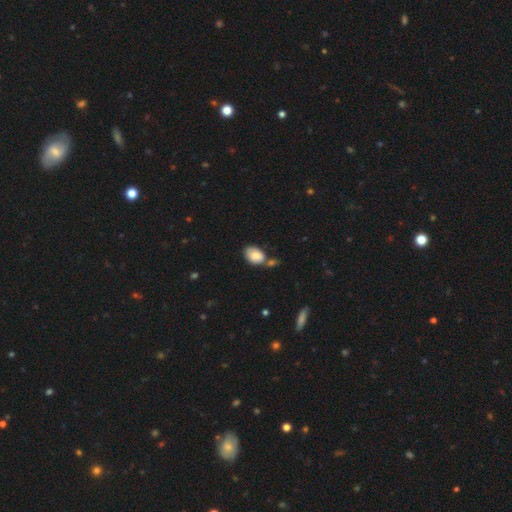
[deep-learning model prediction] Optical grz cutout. It shows a smooth galaxy with no disk features (79%) that is in between round and cigar-shaped (84%). Merging: none (46%).